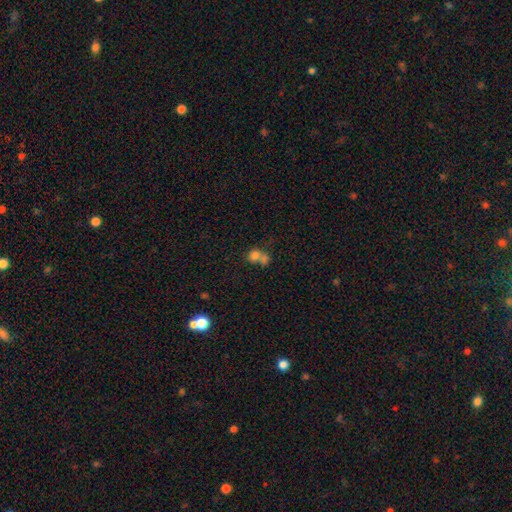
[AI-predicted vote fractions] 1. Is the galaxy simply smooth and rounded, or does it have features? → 74% smooth, 14% featured or disk, 12% star or artifact.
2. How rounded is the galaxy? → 66% round, 33% in between, 1% cigar-shaped.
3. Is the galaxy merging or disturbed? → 62% merger, 27% none, 7% minor disturbance, 4% major disturbance.